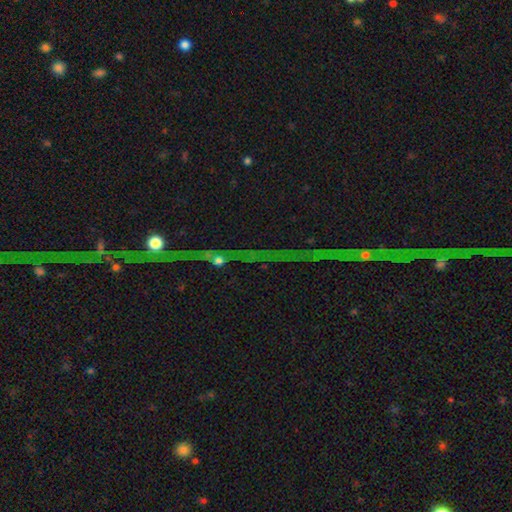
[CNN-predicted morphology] Smooth or featured? star or artifact (82%)